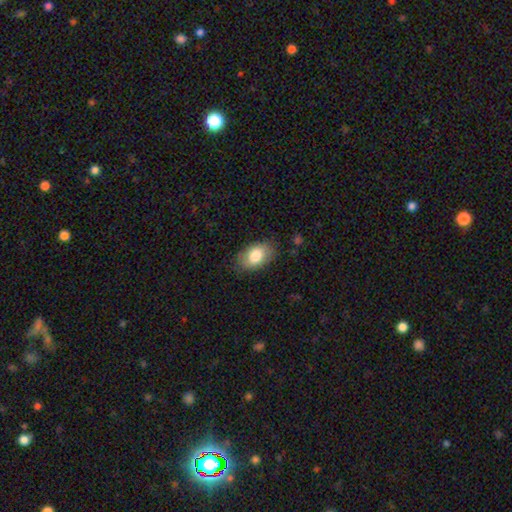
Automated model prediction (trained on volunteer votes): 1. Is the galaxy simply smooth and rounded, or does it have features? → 80% smooth, 13% featured or disk, 7% star or artifact.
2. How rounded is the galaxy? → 90% in between, 9% round, 1% cigar-shaped.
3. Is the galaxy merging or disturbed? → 81% none, 14% minor disturbance, 3% major disturbance, 1% merger.